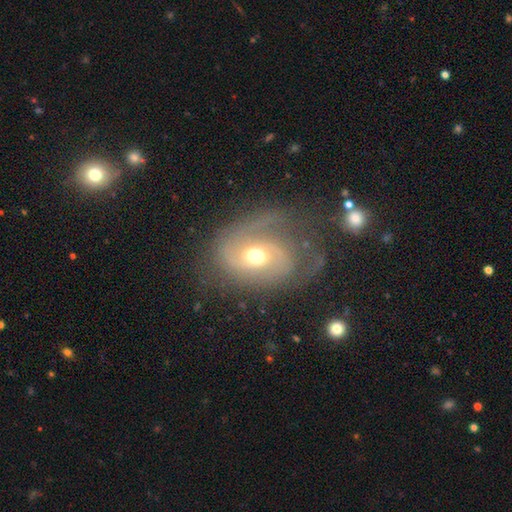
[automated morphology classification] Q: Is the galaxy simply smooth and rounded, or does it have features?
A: featured or disk — 82%.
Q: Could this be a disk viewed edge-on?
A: no — 96%.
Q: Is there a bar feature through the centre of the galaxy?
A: no — 63%.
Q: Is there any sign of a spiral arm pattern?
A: yes — 93%.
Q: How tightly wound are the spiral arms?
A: tight — 45%.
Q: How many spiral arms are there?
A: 2 — 53%.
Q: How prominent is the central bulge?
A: moderate — 69%.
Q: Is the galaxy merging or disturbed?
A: none — 56%.